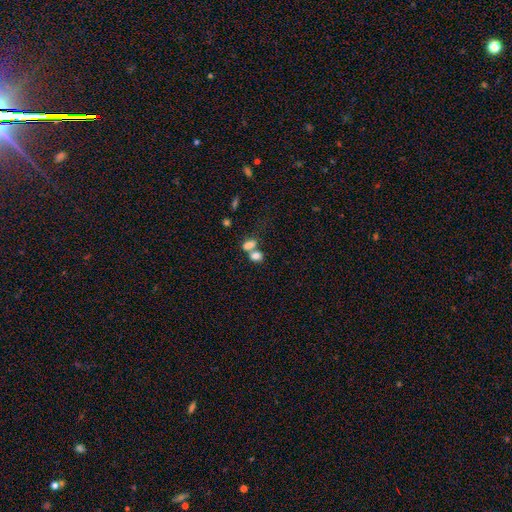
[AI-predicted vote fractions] Q: Smooth or featured?
A: smooth (79%); runner-up: star or artifact (11%)
Q: How rounded?
A: in between (73%); runner-up: round (25%)
Q: Merging?
A: merger (57%); runner-up: none (30%)